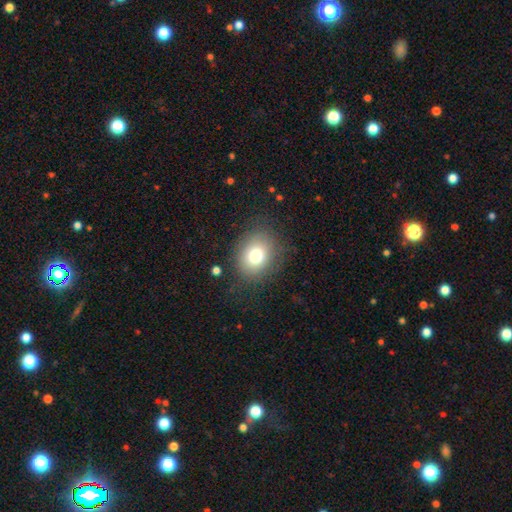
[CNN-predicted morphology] Smooth or featured?
  - smooth: 77% *
  - featured or disk: 12%
  - star or artifact: 11%
How rounded?
  - round: 51% *
  - in between: 49%
  - cigar-shaped: 1%
Merging?
  - none: 79% *
  - minor disturbance: 13%
  - major disturbance: 6%
  - merger: 2%